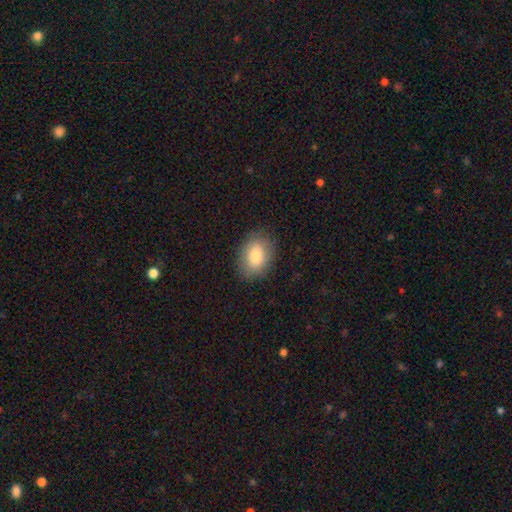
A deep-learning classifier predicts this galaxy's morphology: A smooth galaxy with no disk features (82%) that is in between round and cigar-shaped (73%).

Vote fractions:
- Smooth or featured? smooth: 82% / featured or disk: 10% / star or artifact: 8%
- How rounded? in between: 73% / round: 26% / cigar-shaped: 1%
- Merging? none: 85% / minor disturbance: 11% / major disturbance: 3% / merger: 1%